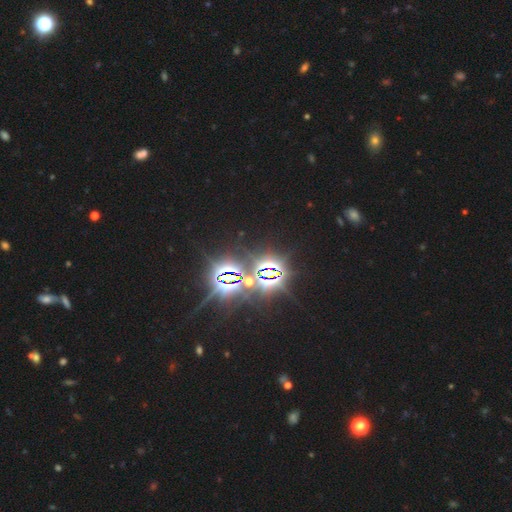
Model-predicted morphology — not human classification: A star or artifact, not a galaxy (85%).